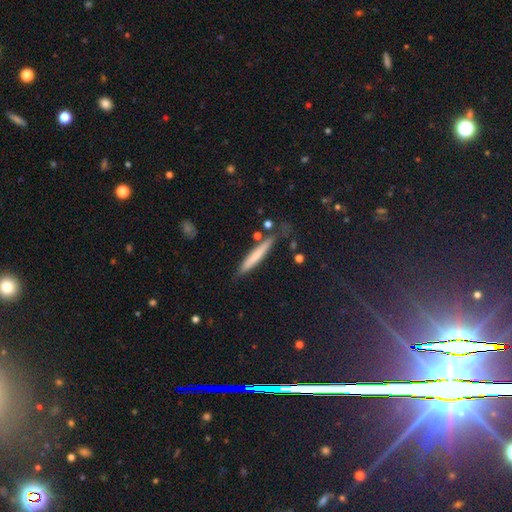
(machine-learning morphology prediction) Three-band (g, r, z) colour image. It shows a smooth galaxy with no disk features (61%) that is cigar-shaped (94%). Merging: none (77%).